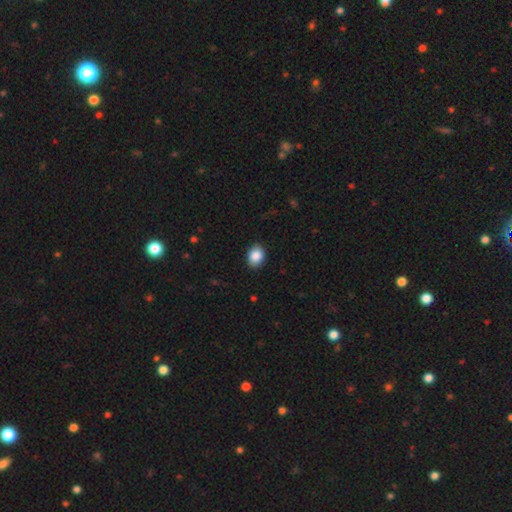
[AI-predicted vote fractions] Smooth or featured? smooth (88%)
How rounded? in between (68%)
Merging? none (88%)